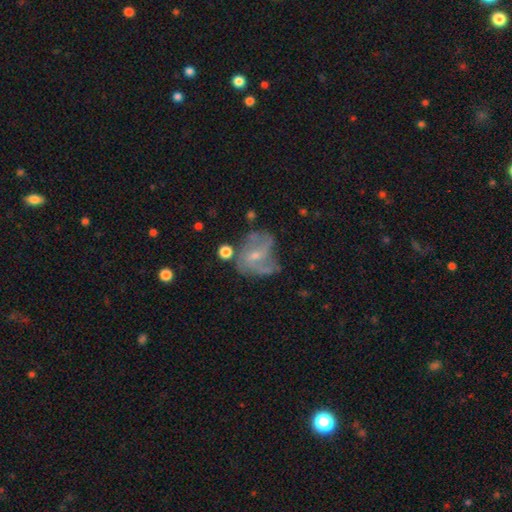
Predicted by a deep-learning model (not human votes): The model was most divided on "bar": no: 50%, weak: 41%, strong: 9%. Remaining: edge-on disk — no (97%); spiral arms — yes (74%); smooth or featured — featured or disk (68%); bulge size — small (67%); merging — none (41%).